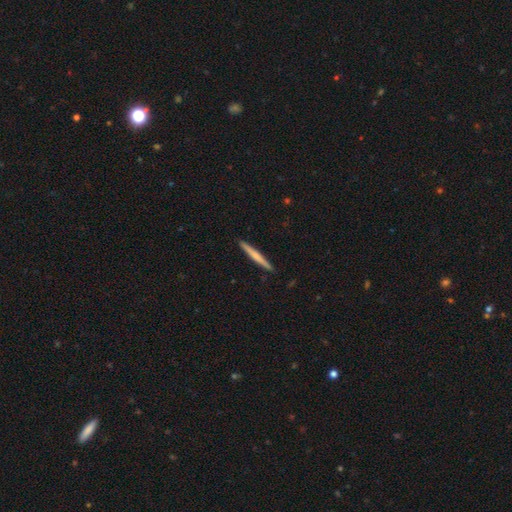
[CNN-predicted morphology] A smooth galaxy with no disk features (50%) that is cigar-shaped (96%).

Vote fractions:
- Smooth or featured? smooth: 50% / featured or disk: 45% / star or artifact: 5%
- How rounded? cigar-shaped: 96% / in between: 2% / round: 1%
- Merging? none: 92% / minor disturbance: 6% / major disturbance: 1% / merger: 1%